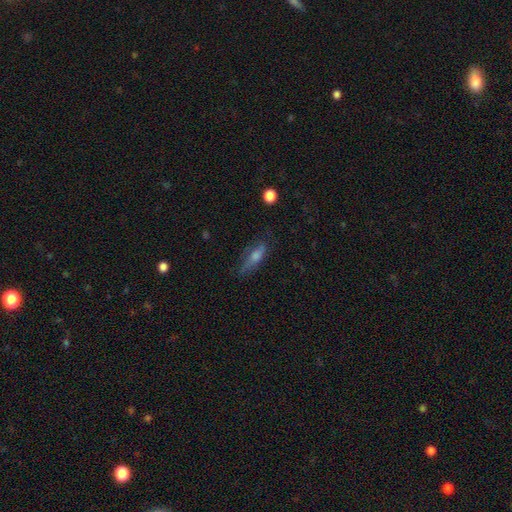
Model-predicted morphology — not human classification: A smooth galaxy with no disk features (50%).

Vote fractions:
- Smooth or featured? smooth: 50% / featured or disk: 38% / star or artifact: 12%
- Merging? none: 68% / minor disturbance: 22% / major disturbance: 8% / merger: 2%